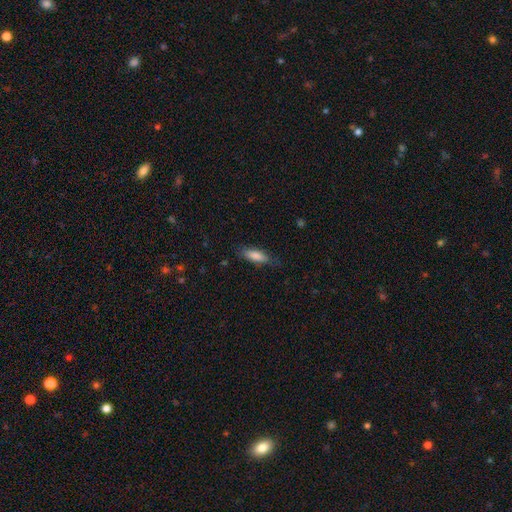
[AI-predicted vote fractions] smooth_or_featured: smooth (p=0.81) [alt: featured or disk p=0.12]
how_rounded: in between (p=0.54) [alt: cigar-shaped p=0.44]
merging: none (p=0.74) [alt: minor disturbance p=0.20]